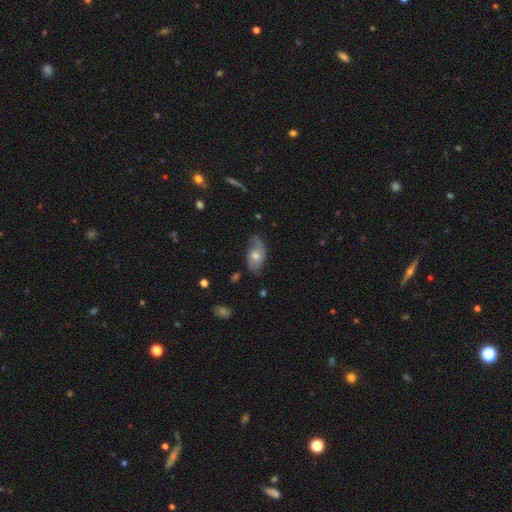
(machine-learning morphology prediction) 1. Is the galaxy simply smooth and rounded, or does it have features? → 48% smooth, 45% featured or disk, 7% star or artifact.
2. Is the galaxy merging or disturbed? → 64% none, 27% minor disturbance, 8% major disturbance, 2% merger.